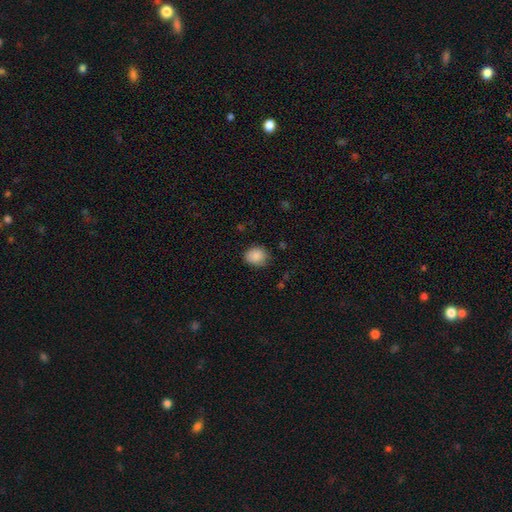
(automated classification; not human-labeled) This is clearly a smooth galaxy (87%). How rounded: likely round (60%). Merging: likely none (77%).